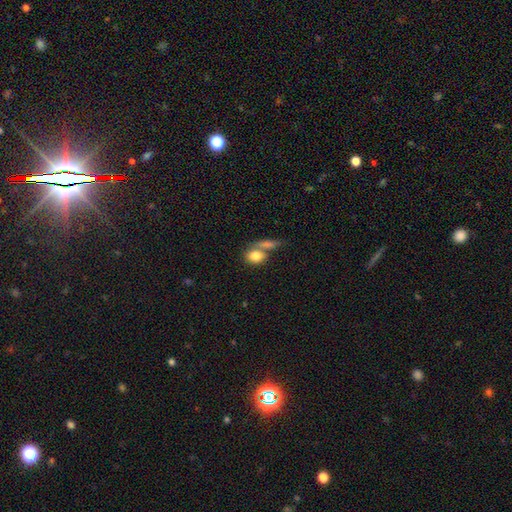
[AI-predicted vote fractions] This is clearly a smooth galaxy (81%). How rounded: possibly in between (57%). Merging: marginally none (42%).